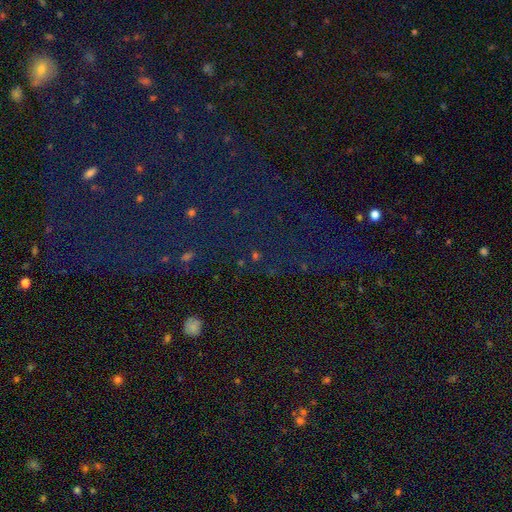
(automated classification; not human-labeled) Smooth or featured? Predicted: star or artifact (p=0.70).